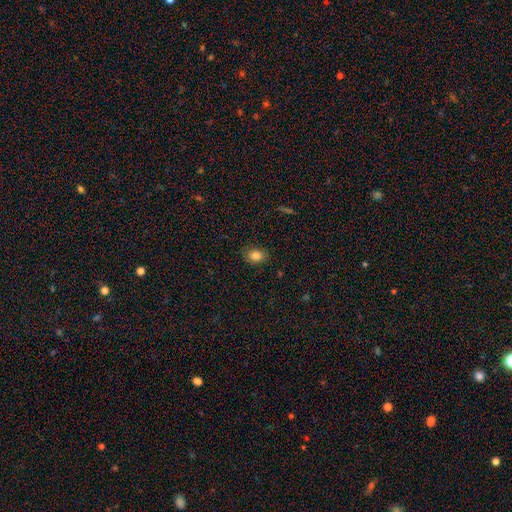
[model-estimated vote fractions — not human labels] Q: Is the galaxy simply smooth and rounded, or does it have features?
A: smooth — 83%.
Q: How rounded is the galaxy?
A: in between — 72%.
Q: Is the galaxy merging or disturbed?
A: none — 83%.